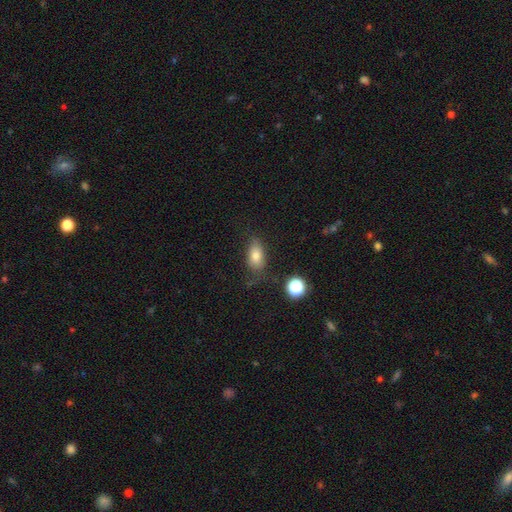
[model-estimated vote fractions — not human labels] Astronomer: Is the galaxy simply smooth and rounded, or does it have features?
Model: smooth — 77%.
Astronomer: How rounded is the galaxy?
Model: in between — 85%.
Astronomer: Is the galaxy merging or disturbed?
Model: none — 66%.